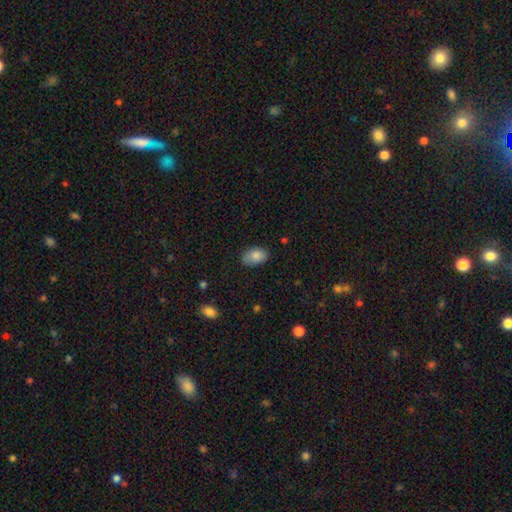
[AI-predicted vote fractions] Q: Smooth or featured?
A: smooth (86%); runner-up: star or artifact (7%)
Q: How rounded?
A: in between (90%); runner-up: round (8%)
Q: Merging?
A: none (78%); runner-up: minor disturbance (18%)